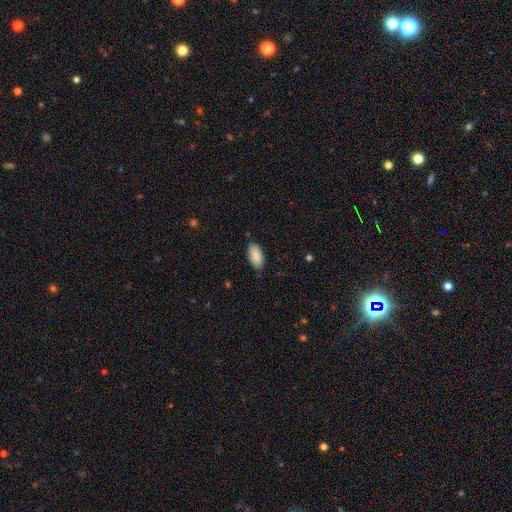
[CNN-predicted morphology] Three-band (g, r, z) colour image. It shows a smooth galaxy with no disk features (88%) that is in between round and cigar-shaped (93%). Merging: none (83%).